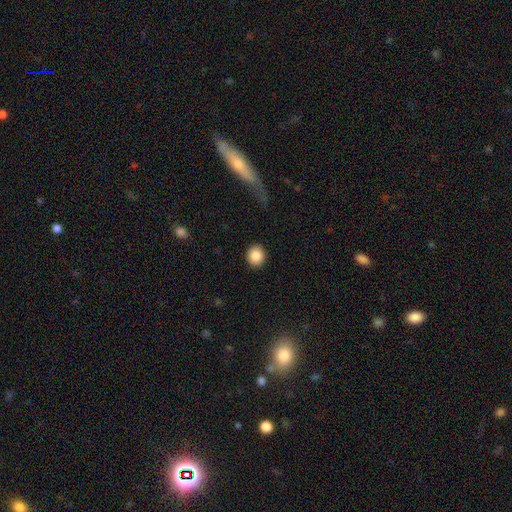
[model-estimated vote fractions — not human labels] smooth-or-featured: smooth: 87% | star or artifact: 8% | featured or disk: 4%
  how-rounded: round: 82% | in between: 17% | cigar-shaped: 1%
  merging: none: 91% | minor disturbance: 6% | major disturbance: 2% | merger: 1%